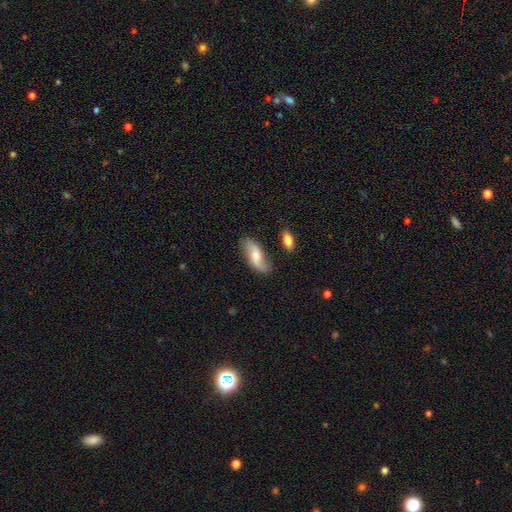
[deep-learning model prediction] smooth-or-featured: featured or disk: 49% | smooth: 44% | star or artifact: 7%
  merging: none: 71% | minor disturbance: 19% | major disturbance: 5% | merger: 5%